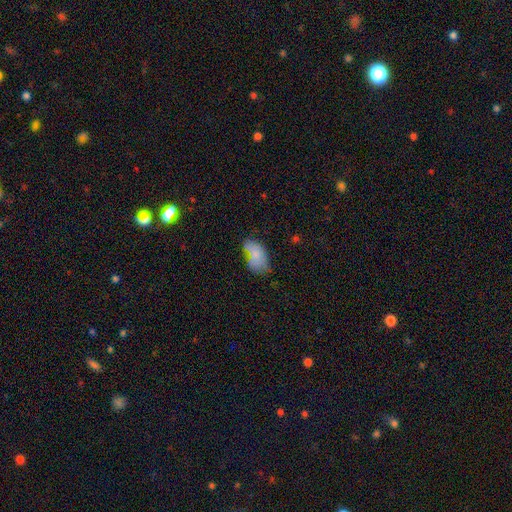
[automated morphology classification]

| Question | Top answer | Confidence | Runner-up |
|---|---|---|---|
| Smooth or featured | smooth | 73% | featured or disk (16%) |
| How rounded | in between | 92% | round (7%) |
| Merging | none | 40% | minor disturbance (33%) |